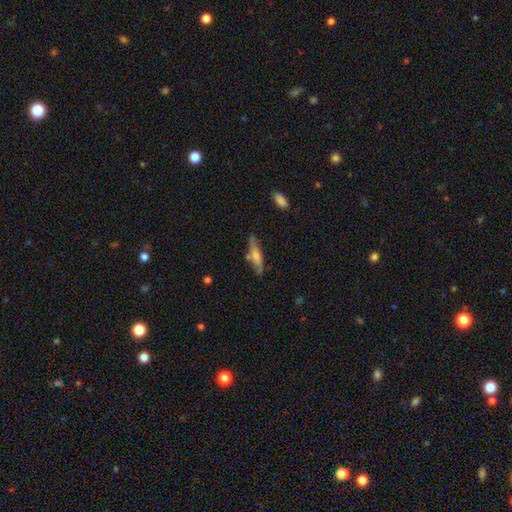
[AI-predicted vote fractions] smooth_or_featured: smooth (p=0.53) [alt: featured or disk p=0.40]
how_rounded: cigar-shaped (p=0.76) [alt: in between p=0.22]
merging: none (p=0.69) [alt: minor disturbance p=0.20]